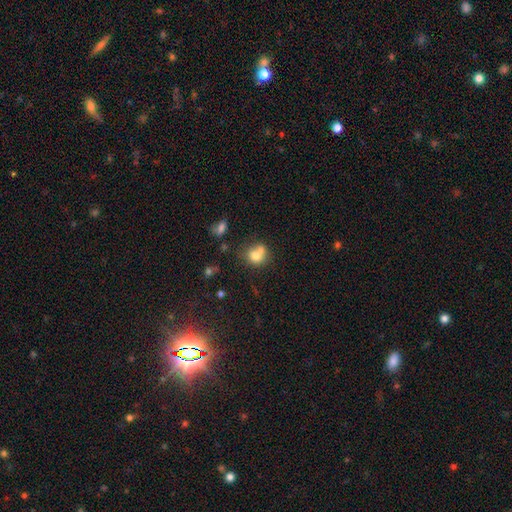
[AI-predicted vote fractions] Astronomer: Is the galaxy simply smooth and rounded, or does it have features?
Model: smooth — 73%.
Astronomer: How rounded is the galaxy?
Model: round — 73%.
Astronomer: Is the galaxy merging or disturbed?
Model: merger — 46% (runner-up: none, 37%).